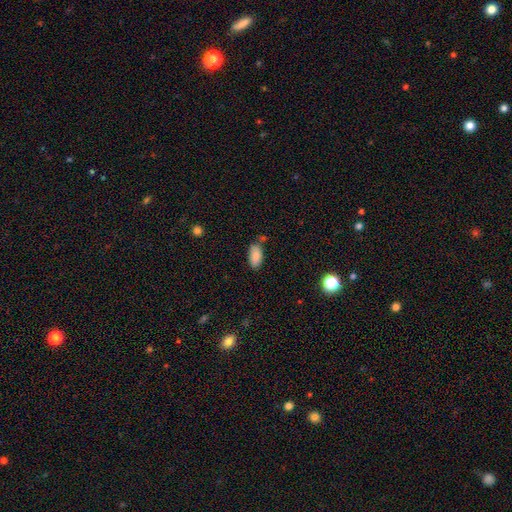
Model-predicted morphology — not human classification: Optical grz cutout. It shows a smooth galaxy with no disk features (84%) that is in between round and cigar-shaped (93%). Merging: none (71%).